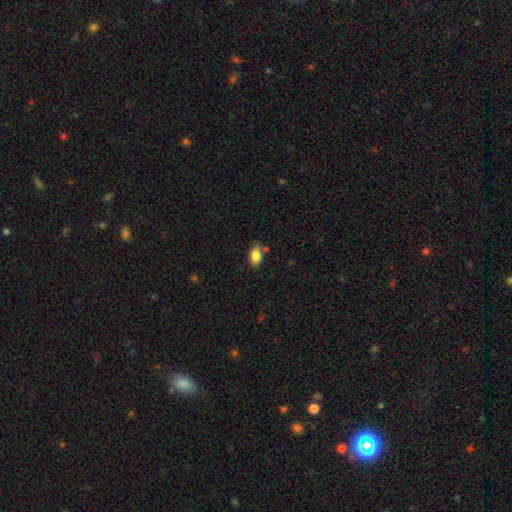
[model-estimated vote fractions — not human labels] Smooth or featured? smooth (86%)
How rounded? in between (90%)
Merging? none (75%)